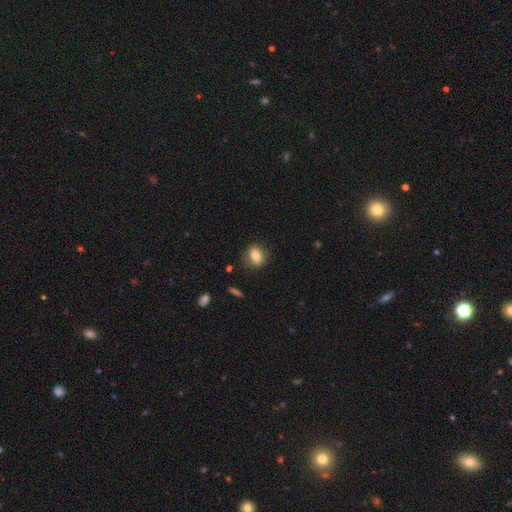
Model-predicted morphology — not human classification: A smooth galaxy with no disk features (77%) that is in between round and cigar-shaped (50%). Merging: none (82%).